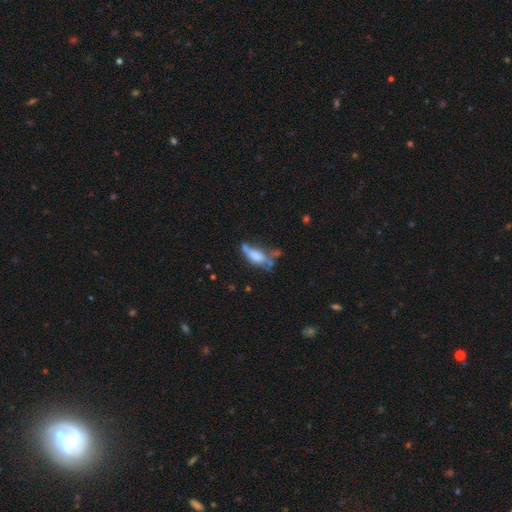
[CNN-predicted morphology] A smooth galaxy with no disk features (61%) that is in between round and cigar-shaped (69%).

Vote fractions:
- Smooth or featured? smooth: 61% / featured or disk: 30% / star or artifact: 9%
- How rounded? in between: 69% / cigar-shaped: 29% / round: 3%
- Merging? none: 32% / minor disturbance: 26% / major disturbance: 21% / merger: 21%